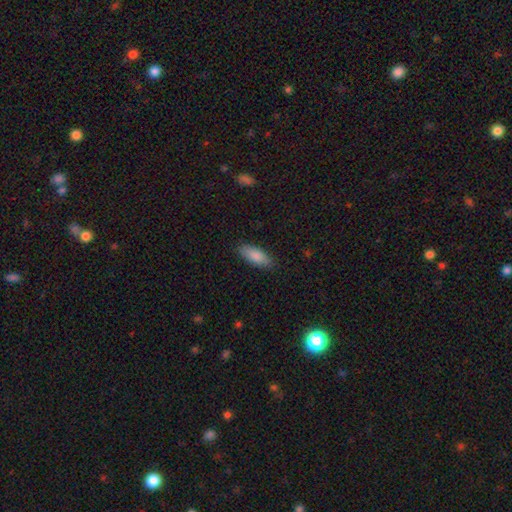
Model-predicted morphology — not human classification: Smooth or featured?
  - smooth: 86% *
  - featured or disk: 8%
  - star or artifact: 6%
How rounded?
  - in between: 77% *
  - cigar-shaped: 22%
  - round: 2%
Merging?
  - none: 86% *
  - minor disturbance: 11%
  - major disturbance: 2%
  - merger: 1%